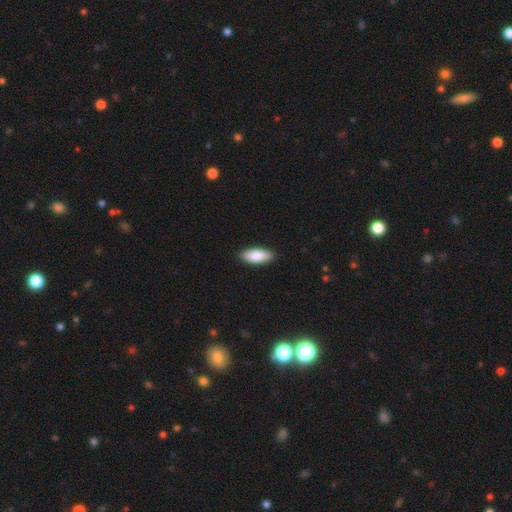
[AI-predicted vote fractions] smooth 84%, featured or disk 11%, star or artifact 5%. Down the decision tree: how rounded — in between (77%); merging — none (91%).